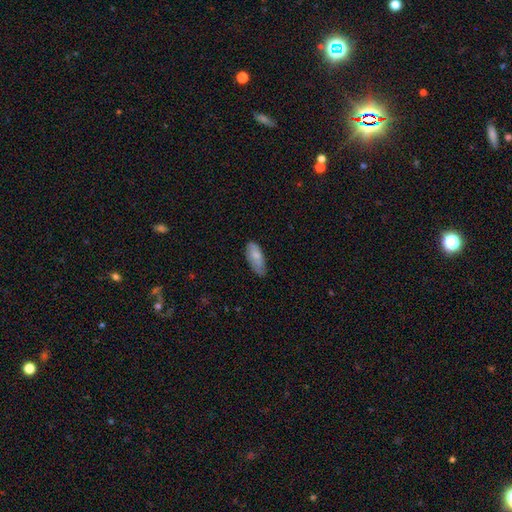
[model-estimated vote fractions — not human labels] Smooth or featured? smooth (76%)
How rounded? in between (83%)
Merging? none (61%)